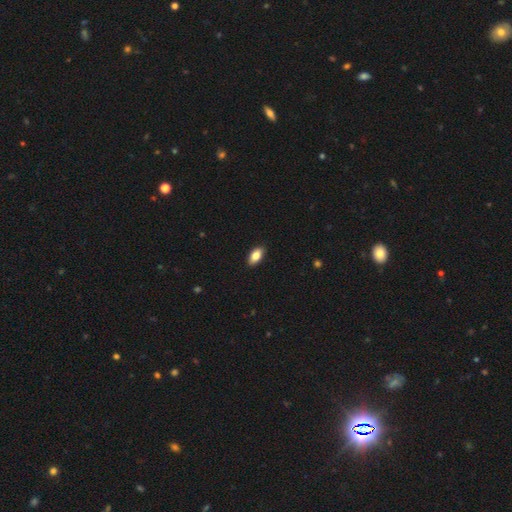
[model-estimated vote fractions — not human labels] The model was most divided on "smooth or featured": smooth: 83%, featured or disk: 10%, star or artifact: 7%. More confident: how rounded — in between (91%); merging — none (89%).